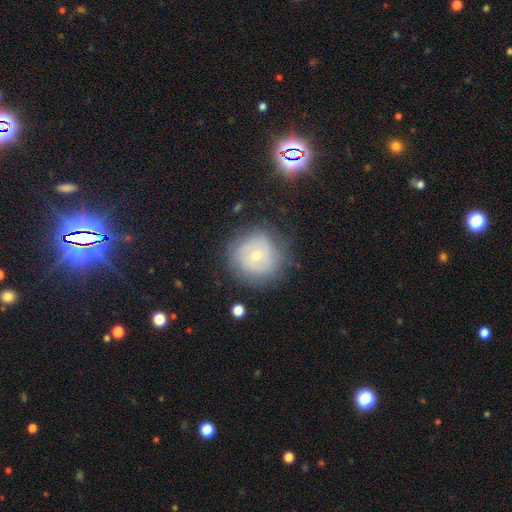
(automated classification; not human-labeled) Smooth or featured? featured or disk (49%)
Merging? none (72%)